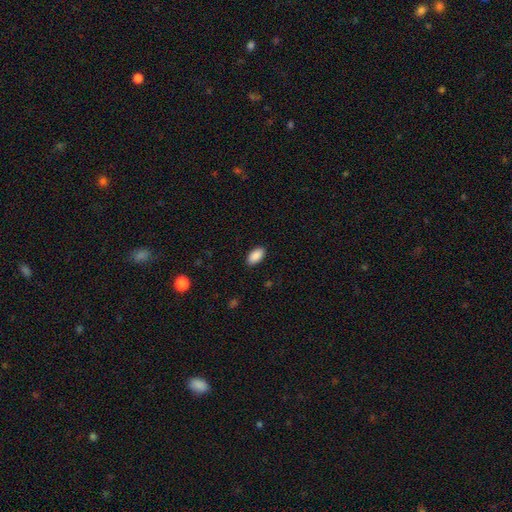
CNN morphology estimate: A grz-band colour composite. It shows a smooth galaxy with no disk features (90%) that is in between round and cigar-shaped (95%). Merging: none (89%).